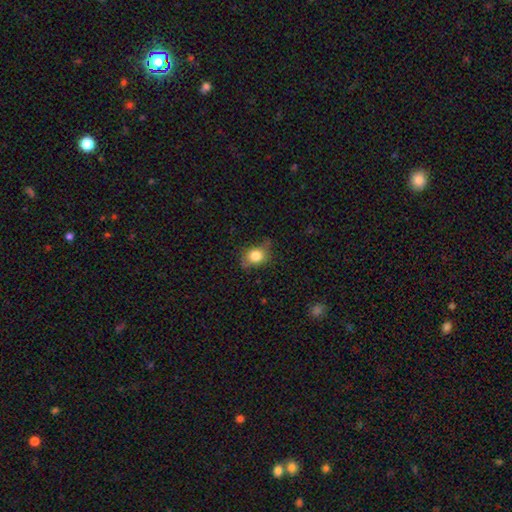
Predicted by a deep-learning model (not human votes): A smooth galaxy with no disk features (79%) that is round (53%). Merging: none (64%).